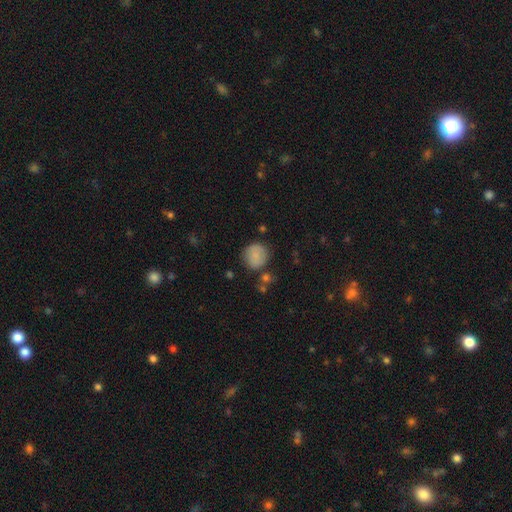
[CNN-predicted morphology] A smooth galaxy with no disk features (83%) that is round (87%). Merging: none (76%).